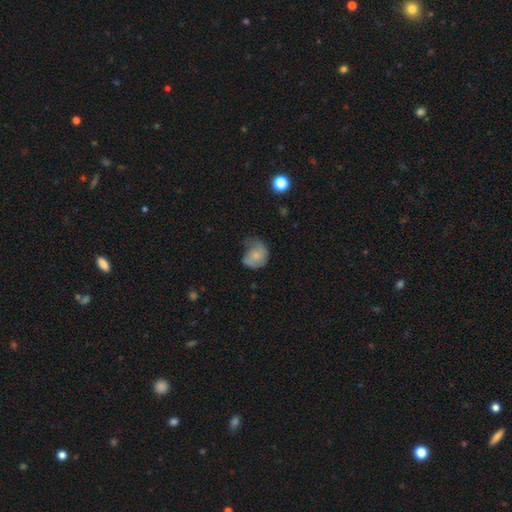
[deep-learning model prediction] This is likely a smooth galaxy (61%). How rounded: possibly round (57%). Merging: marginally minor disturbance (37%).